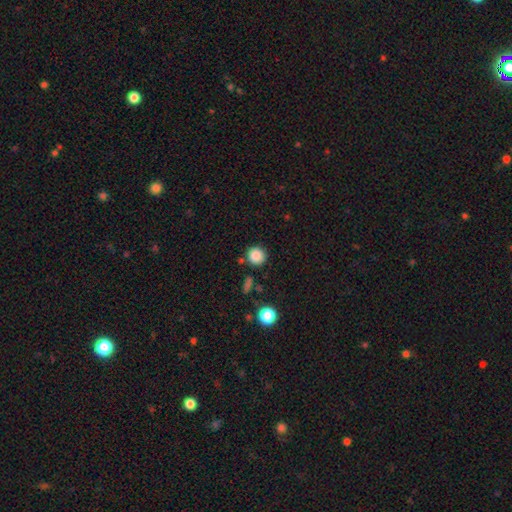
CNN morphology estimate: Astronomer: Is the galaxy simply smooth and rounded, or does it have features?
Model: smooth — 86%.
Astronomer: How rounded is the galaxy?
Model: round — 93%.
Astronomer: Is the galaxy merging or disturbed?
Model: none — 83%.